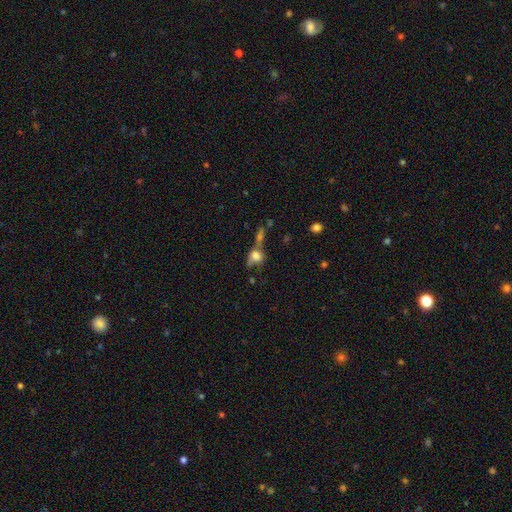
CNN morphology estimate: A smooth galaxy with no disk features (63%) that is round (51%). Merging: merger (40%).